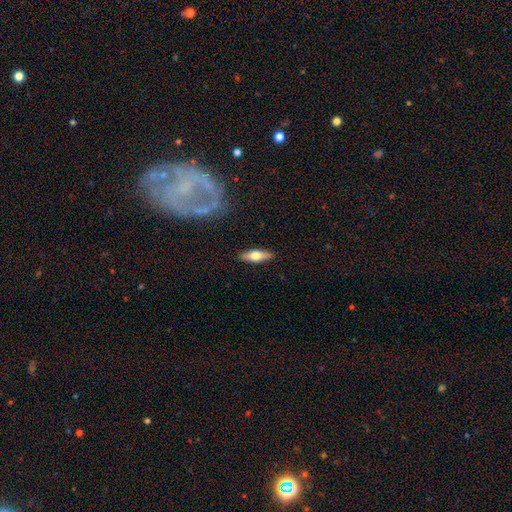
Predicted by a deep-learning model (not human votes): The model was most divided on "how rounded": cigar-shaped: 51%, in between: 46%, round: 3%. More confident: merging — none (88%); smooth or featured — smooth (51%).